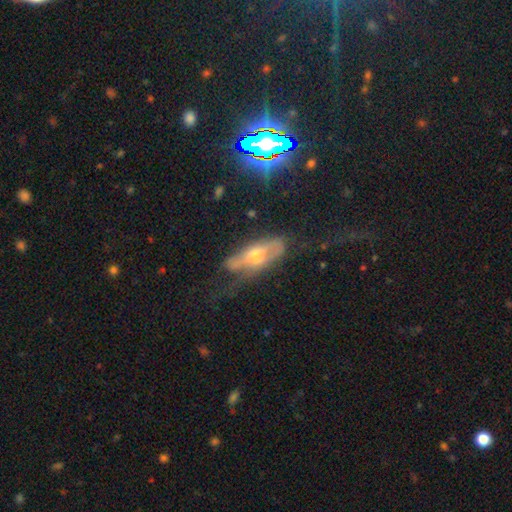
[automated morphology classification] smooth-or-featured: featured or disk: 61% | smooth: 24% | star or artifact: 15%
  disk-edge-on: no: 67% | yes: 33%
  merging: none: 45% | major disturbance: 28% | minor disturbance: 24% | merger: 3%